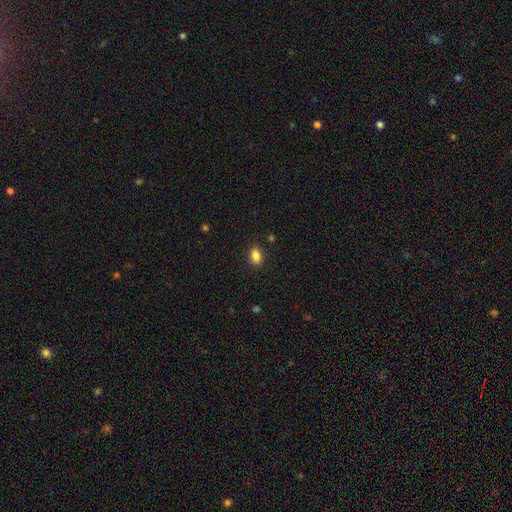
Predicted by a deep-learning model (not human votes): A smooth galaxy with no disk features (86%) that is in between round and cigar-shaped (82%).

Vote fractions:
- Smooth or featured? smooth: 86% / star or artifact: 9% / featured or disk: 5%
- How rounded? in between: 82% / round: 16% / cigar-shaped: 2%
- Merging? none: 87% / minor disturbance: 9% / major disturbance: 2% / merger: 1%